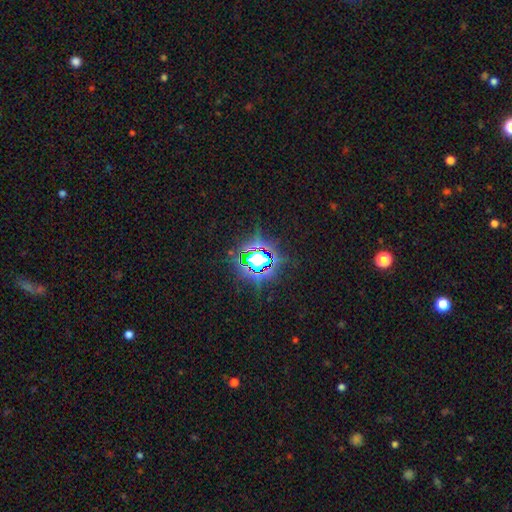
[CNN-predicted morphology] A star or artifact, not a galaxy (75%).